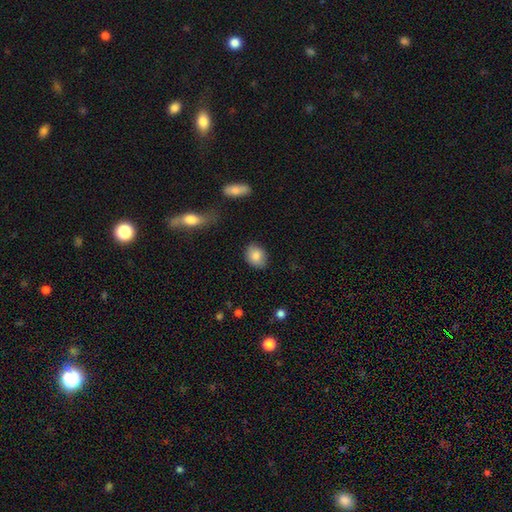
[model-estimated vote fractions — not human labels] A smooth galaxy with no disk features (84%) that is in between round and cigar-shaped (60%).

Vote fractions:
- Smooth or featured? smooth: 84% / featured or disk: 8% / star or artifact: 7%
- How rounded? in between: 60% / round: 39% / cigar-shaped: 1%
- Merging? none: 80% / minor disturbance: 15% / major disturbance: 3% / merger: 2%